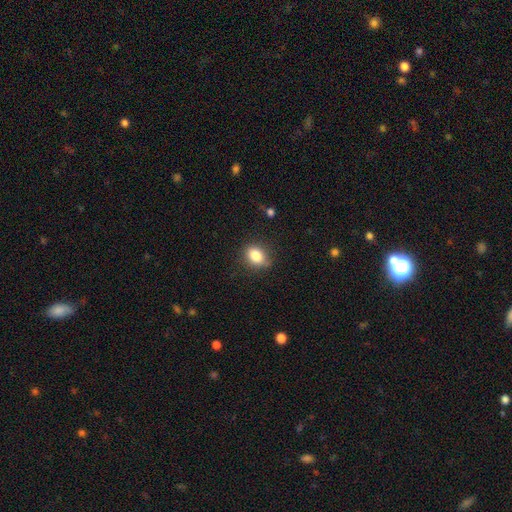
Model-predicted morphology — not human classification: Q: Smooth or featured?
A: smooth (83%); runner-up: star or artifact (10%)
Q: How rounded?
A: in between (61%); runner-up: round (38%)
Q: Merging?
A: none (77%); runner-up: minor disturbance (18%)